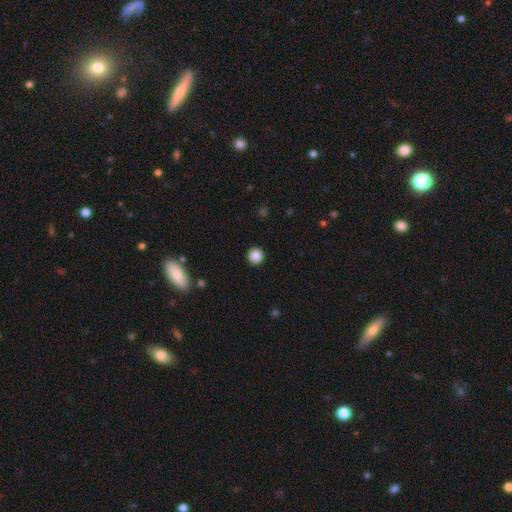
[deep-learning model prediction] smooth_or_featured: smooth (p=0.87) [alt: star or artifact p=0.10]
how_rounded: round (p=0.95) [alt: in between p=0.04]
merging: none (p=0.92) [alt: minor disturbance p=0.05]